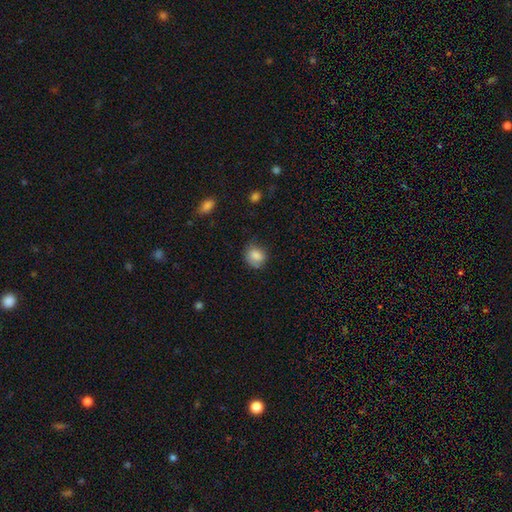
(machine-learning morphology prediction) smooth 80%, featured or disk 11%, star or artifact 9%. Down the decision tree: how rounded — round (62%); merging — none (59%).